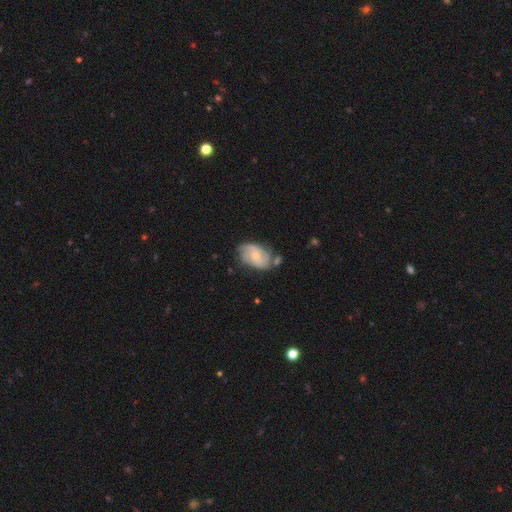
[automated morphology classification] Smooth or featured? Predicted: featured or disk (p=0.62). Edge-on disk? Predicted: no (p=0.96). Bar? Predicted: no (p=0.68). Spiral arms? Predicted: yes (p=0.86). Spiral winding? Predicted: medium (p=0.42). Spiral arm count? Predicted: 2 (p=0.49). Bulge size? Predicted: small (p=0.60). Merging? Predicted: none (p=0.58).